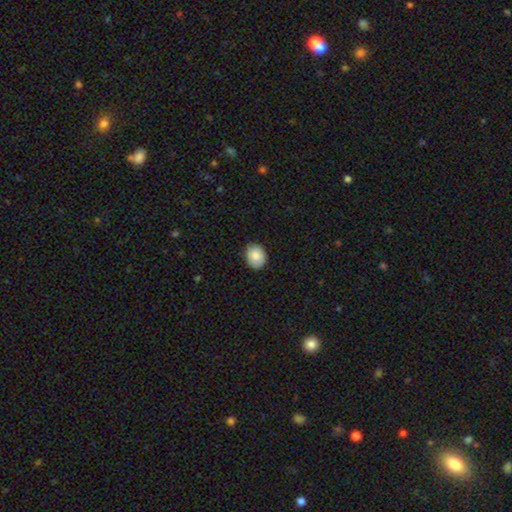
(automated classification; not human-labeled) A smooth galaxy with no disk features (87%) that is in between round and cigar-shaped (53%).

Vote fractions:
- Smooth or featured? smooth: 87% / star or artifact: 8% / featured or disk: 6%
- How rounded? in between: 53% / round: 46% / cigar-shaped: 1%
- Merging? none: 84% / minor disturbance: 13% / major disturbance: 2% / merger: 1%